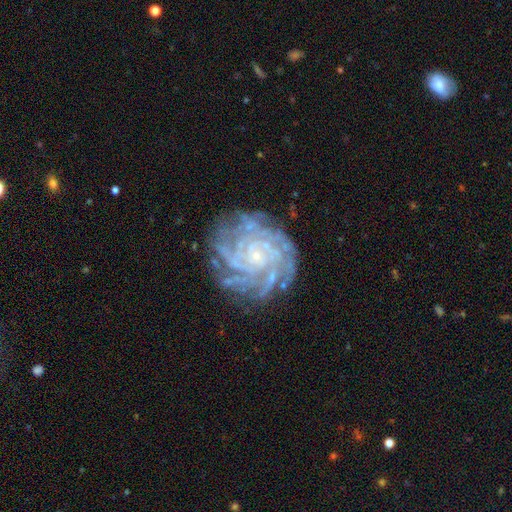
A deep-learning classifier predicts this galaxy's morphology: type=featured or disk (88%); edge-on=no (98%); bar=no (76%); spiral arms=yes (97%); winding=tight (79%); arm count=more than 4 (36%); bulge=small (85%); merging=none (78%).